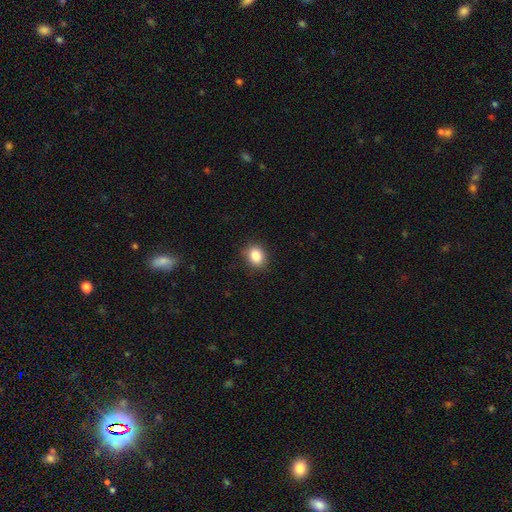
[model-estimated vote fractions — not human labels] Smooth or featured? smooth (85%)
How rounded? round (55%)
Merging? none (85%)